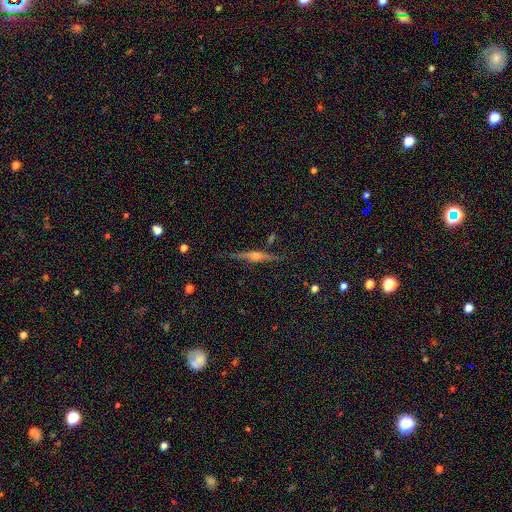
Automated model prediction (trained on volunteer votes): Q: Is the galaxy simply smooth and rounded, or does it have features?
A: featured or disk — 78%.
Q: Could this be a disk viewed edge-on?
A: yes — 97%.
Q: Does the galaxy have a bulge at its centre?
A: rounded — 88%.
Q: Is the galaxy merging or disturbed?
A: none — 87%.